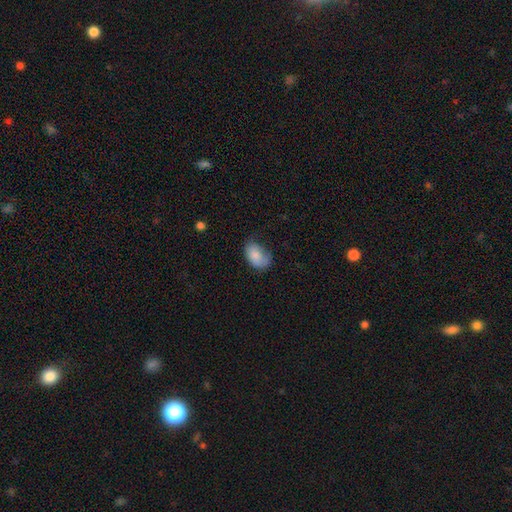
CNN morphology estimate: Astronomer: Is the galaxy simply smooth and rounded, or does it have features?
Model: smooth — 82%.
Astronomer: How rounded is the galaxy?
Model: in between — 87%.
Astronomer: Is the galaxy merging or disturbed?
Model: none — 48% (runner-up: minor disturbance, 35%).